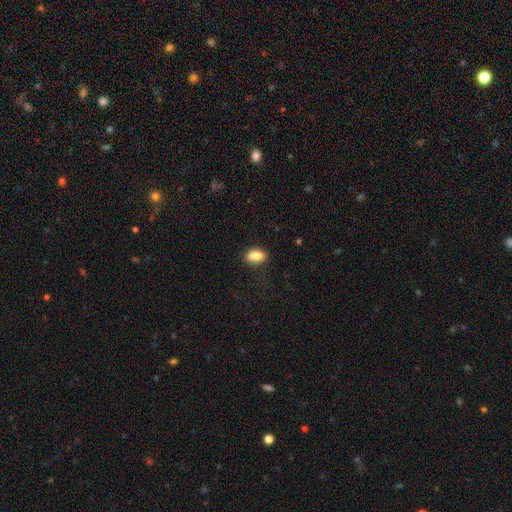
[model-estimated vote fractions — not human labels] Overall: smooth (86%). How rounded: in between (87%). Merging: none (80%).